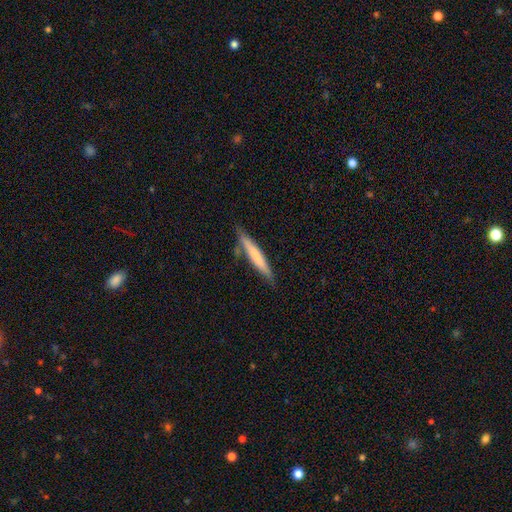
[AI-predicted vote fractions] The model was most divided on "smooth or featured": smooth: 65%, featured or disk: 30%, star or artifact: 5%. More confident: how rounded — cigar-shaped (94%); merging — none (76%).